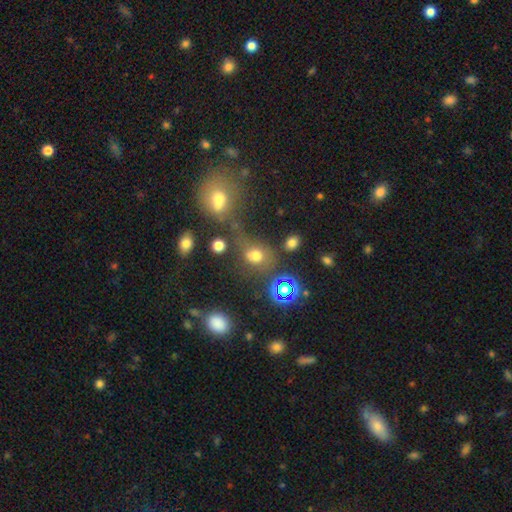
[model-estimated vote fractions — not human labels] A smooth galaxy with no disk features (63%) that is round (57%). Merging: none (46%).